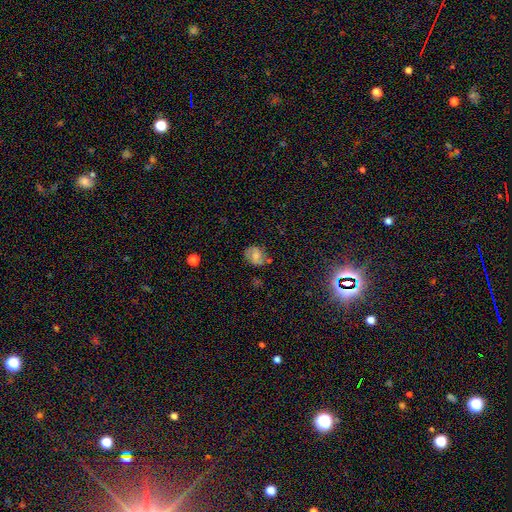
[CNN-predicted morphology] Smooth or featured?
  - smooth: 49% *
  - featured or disk: 39%
  - star or artifact: 12%
Merging?
  - none: 68% *
  - minor disturbance: 21%
  - major disturbance: 6%
  - merger: 5%